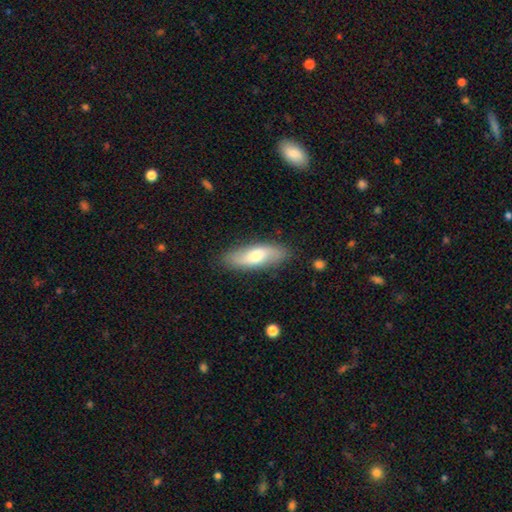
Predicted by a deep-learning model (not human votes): This appears to be a smooth galaxy with no disk features (57%) that is in between round and cigar-shaped (59%). Merging: none (85%).